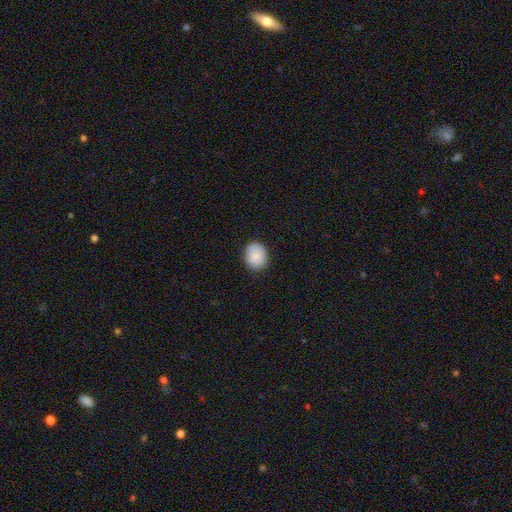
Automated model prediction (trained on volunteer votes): Morphology: type=smooth (86%); roundness=round (55%); merging=none (85%).